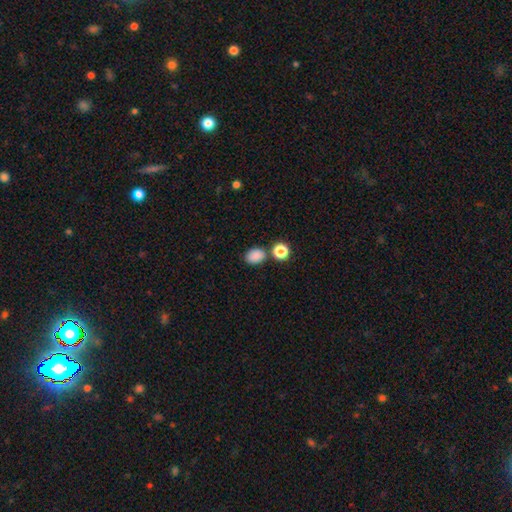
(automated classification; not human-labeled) smooth 86%, star or artifact 10%, featured or disk 3%. Down the decision tree: how rounded — in between (66%); merging — none (74%).